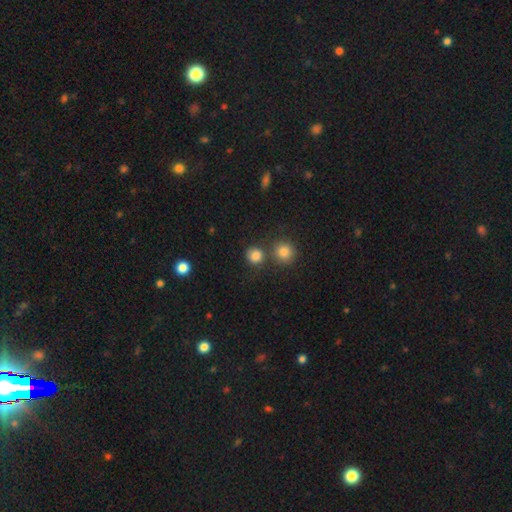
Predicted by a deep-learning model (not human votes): Q: Smooth or featured?
A: smooth (83%); runner-up: star or artifact (12%)
Q: How rounded?
A: round (86%); runner-up: in between (13%)
Q: Merging?
A: none (70%); runner-up: merger (17%)